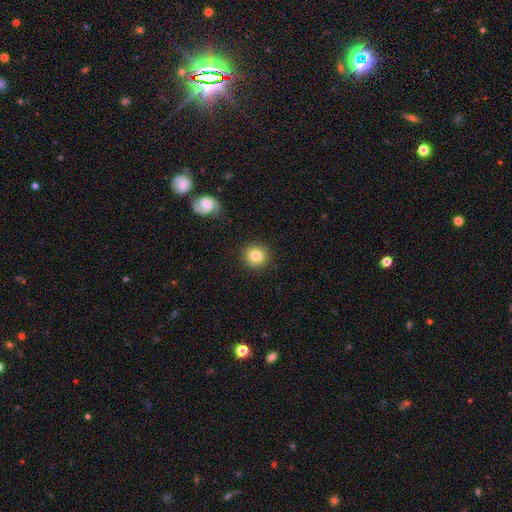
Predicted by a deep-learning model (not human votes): Smooth or featured?
  - smooth: 81% *
  - featured or disk: 10%
  - star or artifact: 9%
How rounded?
  - round: 92% *
  - in between: 7%
  - cigar-shaped: 1%
Merging?
  - none: 90% *
  - minor disturbance: 7%
  - major disturbance: 2%
  - merger: 2%